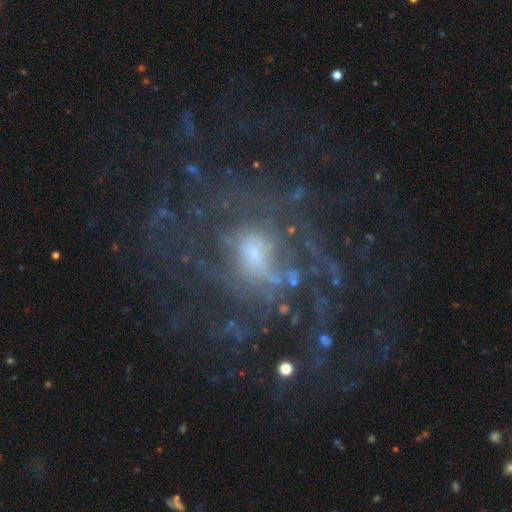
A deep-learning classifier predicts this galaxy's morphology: A featured or disk galaxy (75%) with no bar (61%), medium (37%) spiral arms (80%) and a small central bulge (50%).

Vote fractions:
- Smooth or featured? featured or disk: 75% / star or artifact: 15% / smooth: 10%
- Edge-on disk? no: 97% / yes: 3%
- Bar? no: 61% / weak: 29% / strong: 10%
- Spiral arms? yes: 80% / no: 20%
- Spiral winding? medium: 37% / tight: 35% / loose: 27%
- Spiral arm count? can't tell: 42% / 2: 15% / 3: 12% / more than 4: 11% / 4: 11% / 1: 9%
- Bulge size? small: 50% / moderate: 37% / large: 7% / none: 5% / dominant: 2%
- Merging? none: 59% / major disturbance: 24% / minor disturbance: 15% / merger: 3%